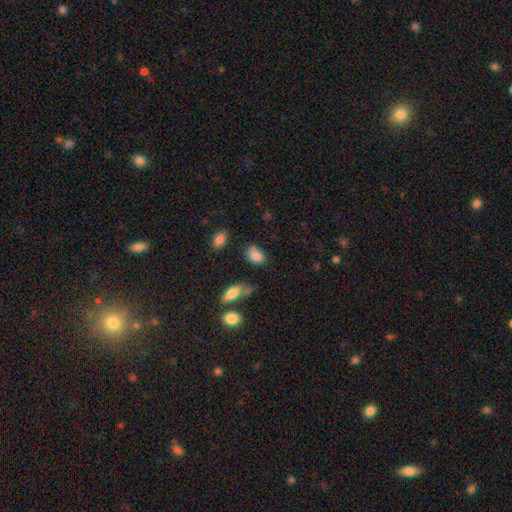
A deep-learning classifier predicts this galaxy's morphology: A smooth galaxy with no disk features (84%) that is in between round and cigar-shaped (86%).

Vote fractions:
- Smooth or featured? smooth: 84% / star or artifact: 8% / featured or disk: 7%
- How rounded? in between: 86% / round: 13% / cigar-shaped: 2%
- Merging? none: 62% / minor disturbance: 25% / major disturbance: 7% / merger: 6%